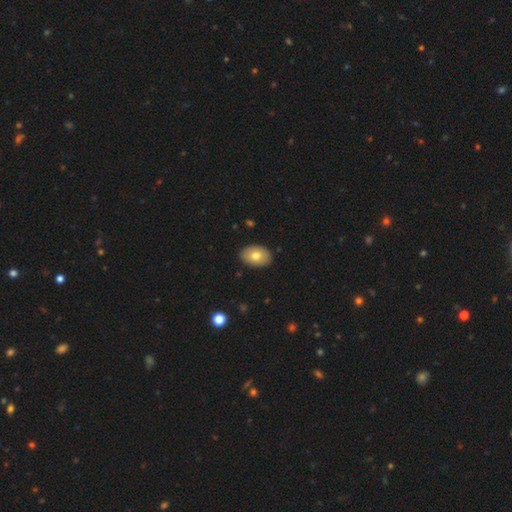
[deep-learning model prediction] smooth 74%, featured or disk 19%, star or artifact 7%. Down the decision tree: how rounded — in between (86%); merging — none (88%).